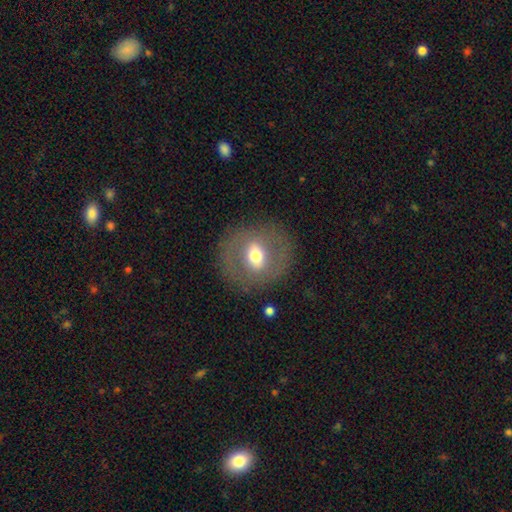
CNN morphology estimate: type=featured or disk (47%); merging=none (82%).